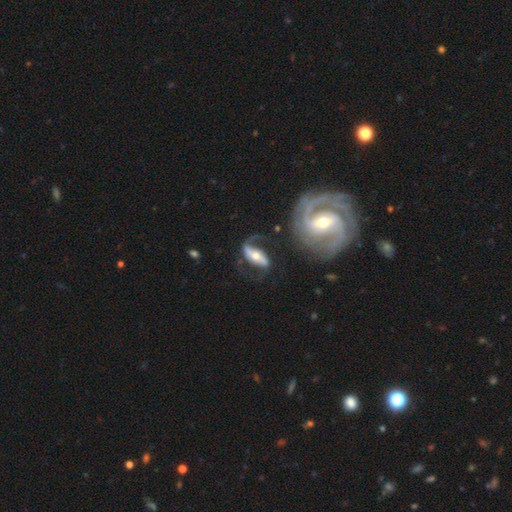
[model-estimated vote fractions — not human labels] featured or disk 80%, smooth 14%, star or artifact 6%. Down the decision tree: edge-on disk — no (91%); bar — strong (51%); spiral arms — yes (91%); spiral arm count — 2 (79%); spiral winding — loose (62%); bulge size — moderate (57%); merging — none (56%).